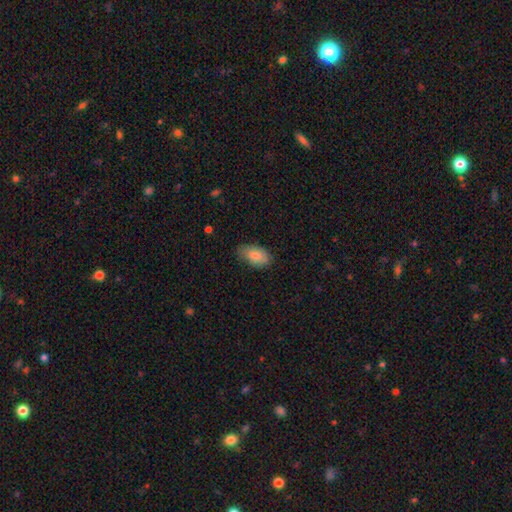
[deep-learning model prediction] This is clearly a smooth galaxy (84%). How rounded: clearly in between (93%). Merging: likely none (74%).